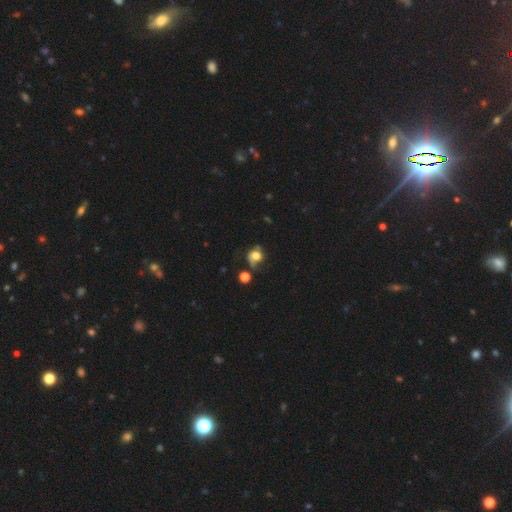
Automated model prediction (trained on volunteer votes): This appears to be a smooth galaxy with no disk features (57%) that is round (71%). Merging: none (47%).